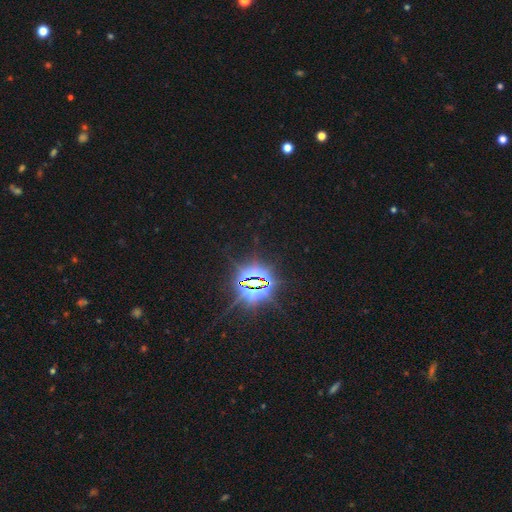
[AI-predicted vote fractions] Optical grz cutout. It shows a star or artifact, not a galaxy (85%).